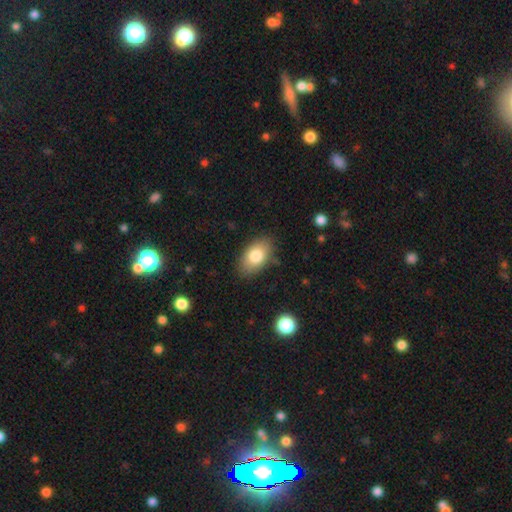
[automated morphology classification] smooth-or-featured: smooth: 80% | featured or disk: 13% | star or artifact: 7%
  how-rounded: in between: 92% | round: 6% | cigar-shaped: 2%
  merging: none: 82% | minor disturbance: 13% | major disturbance: 3% | merger: 1%